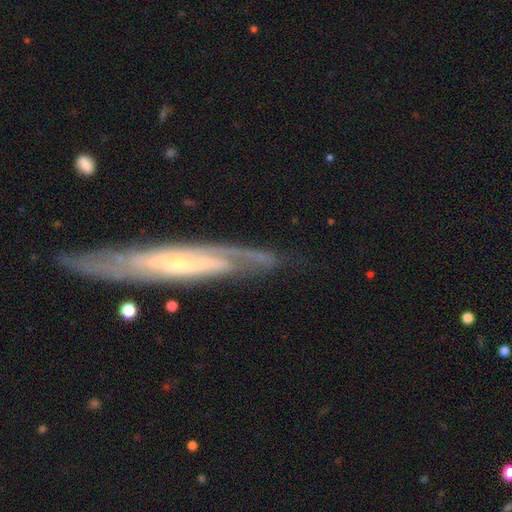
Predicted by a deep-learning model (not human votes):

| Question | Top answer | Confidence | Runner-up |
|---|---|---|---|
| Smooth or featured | featured or disk | 82% | smooth (12%) |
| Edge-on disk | no | 60% | yes (40%) |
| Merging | none | 72% | minor disturbance (18%) |